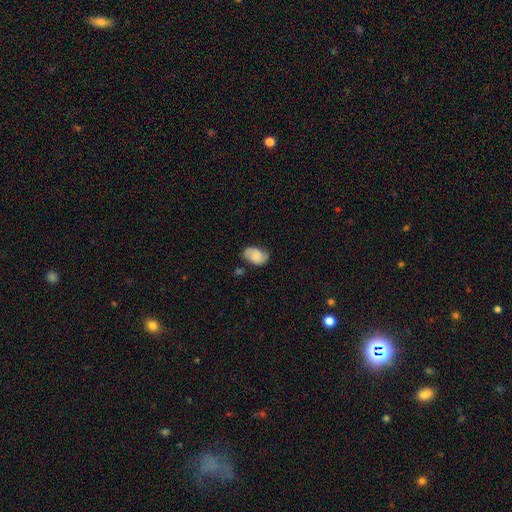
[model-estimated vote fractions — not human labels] The model was most divided on "smooth or featured": smooth: 54%, featured or disk: 38%, star or artifact: 9%. More confident: how rounded — in between (87%); merging — none (65%).